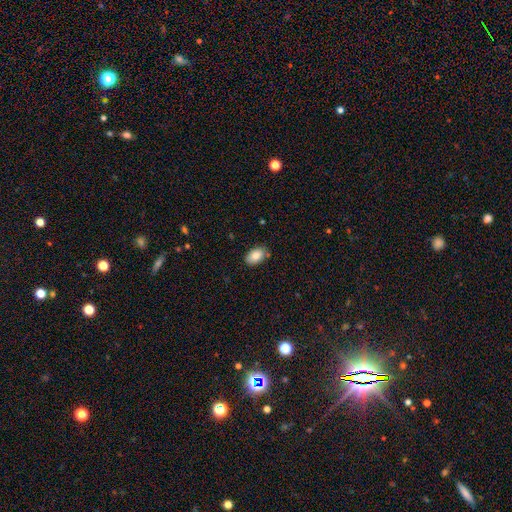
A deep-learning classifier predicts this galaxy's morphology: Smooth or featured? smooth (86%)
How rounded? in between (92%)
Merging? none (83%)